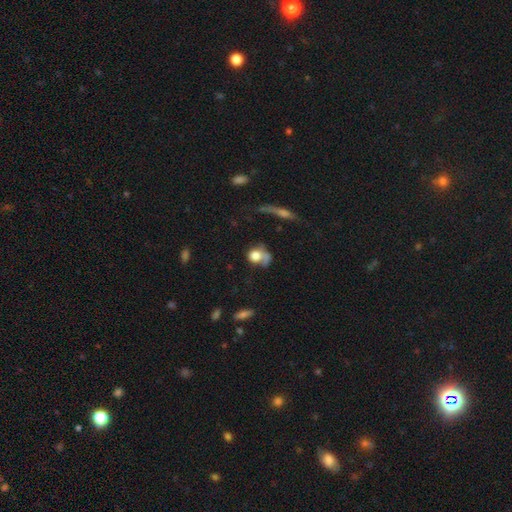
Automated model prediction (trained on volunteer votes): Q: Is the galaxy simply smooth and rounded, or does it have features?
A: smooth — 66%.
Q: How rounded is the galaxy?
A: round — 58%.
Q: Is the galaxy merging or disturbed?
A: major disturbance — 34%.